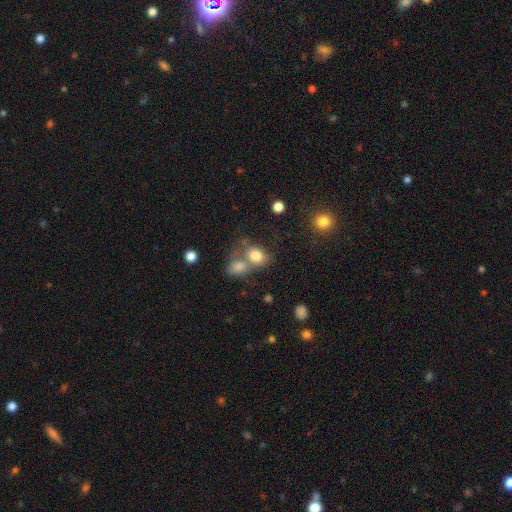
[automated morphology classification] smooth-or-featured: smooth: 79% | star or artifact: 11% | featured or disk: 10%
  how-rounded: in between: 60% | round: 39% | cigar-shaped: 1%
  merging: merger: 45% | none: 38% | minor disturbance: 11% | major disturbance: 6%